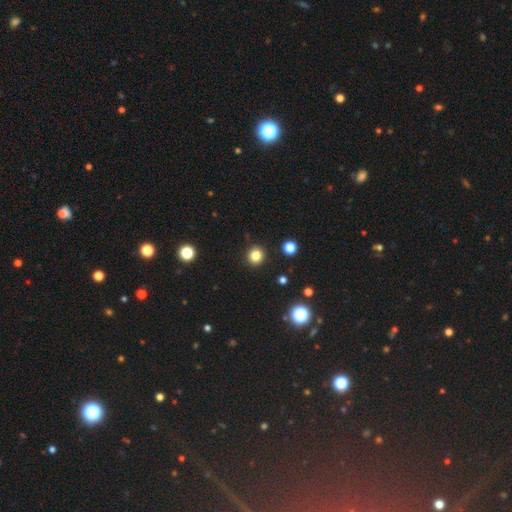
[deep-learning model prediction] smooth_or_featured: smooth (p=0.82) [alt: star or artifact p=0.13]
how_rounded: round (p=0.92) [alt: in between p=0.07]
merging: none (p=0.91) [alt: minor disturbance p=0.06]